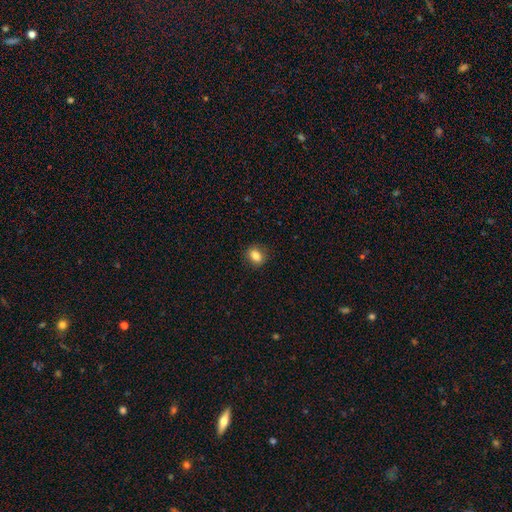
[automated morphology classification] smooth_or_featured: smooth (p=0.83) [alt: star or artifact p=0.10]
how_rounded: in between (p=0.52) [alt: round p=0.46]
merging: none (p=0.86) [alt: minor disturbance p=0.10]